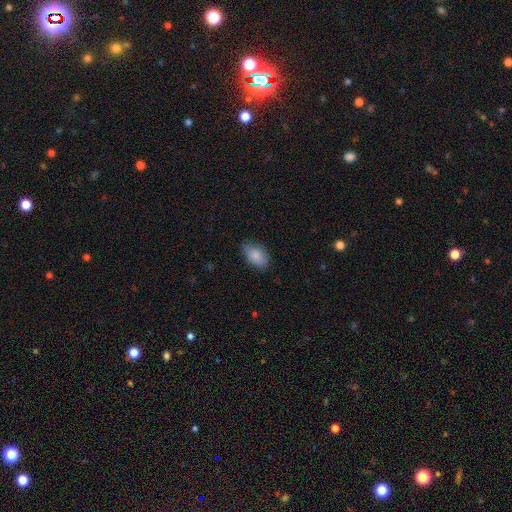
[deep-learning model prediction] Overall: smooth (85%). How rounded: in between (88%). Merging: none (71%).